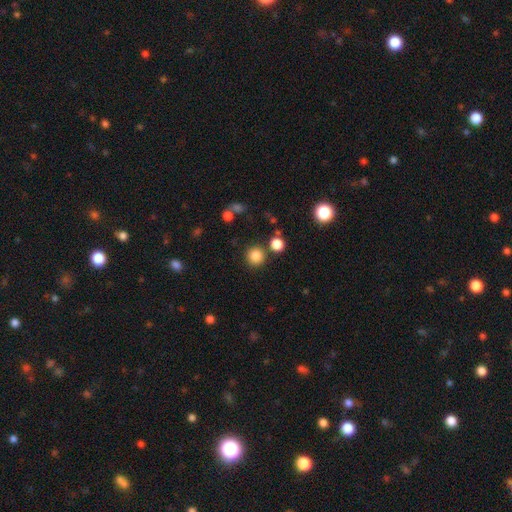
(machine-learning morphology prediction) This is clearly a smooth galaxy (83%). How rounded: clearly round (93%). Merging: clearly none (84%).